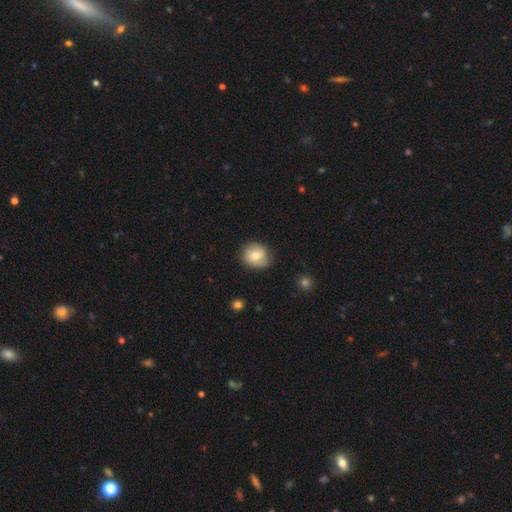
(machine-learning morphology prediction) Smooth or featured? Predicted: smooth (p=0.74). How rounded? Predicted: round (p=0.76). Merging? Predicted: none (p=0.80).